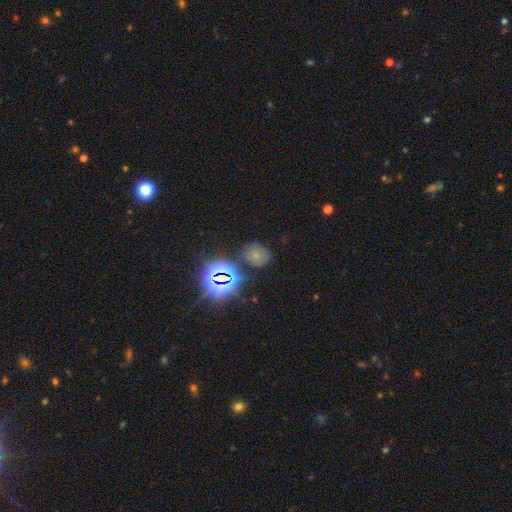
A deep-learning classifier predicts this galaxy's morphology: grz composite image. It shows a smooth galaxy with no disk features (52%) that is round (62%). Merging: none (70%).